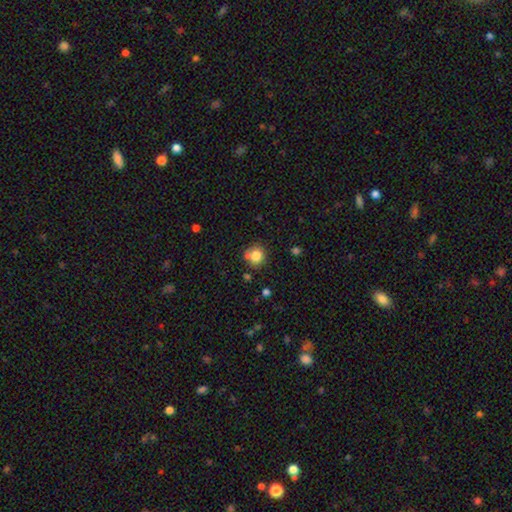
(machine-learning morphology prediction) Overall: smooth (81%). How rounded: round (89%). Merging: none (72%).